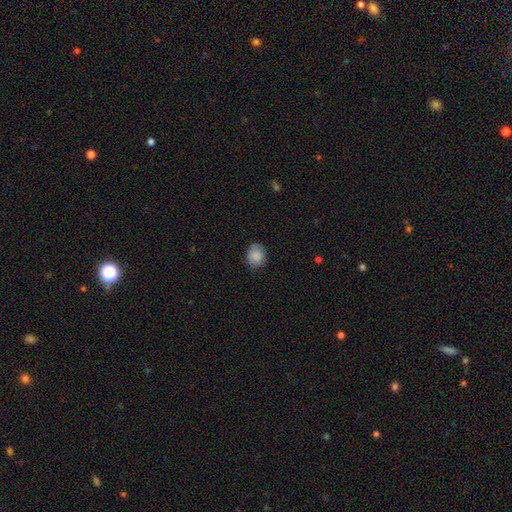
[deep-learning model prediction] This appears to be a smooth galaxy with no disk features (86%) that is round (61%). Merging: none (76%).